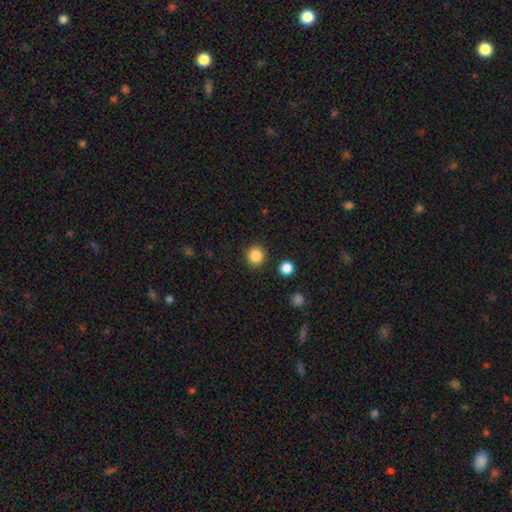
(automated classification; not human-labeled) Overall: smooth (86%). How rounded: round (91%). Merging: none (89%).